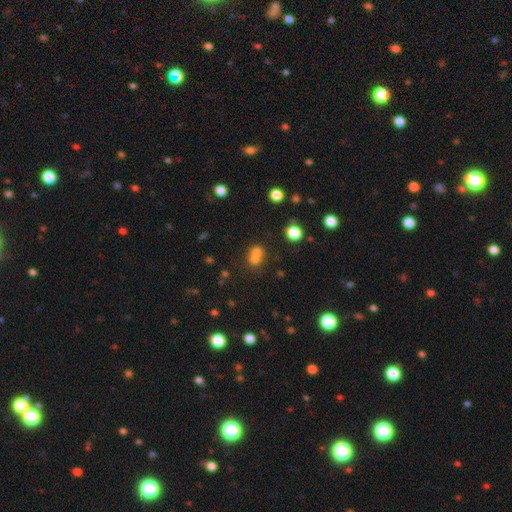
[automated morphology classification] The model was most divided on "merging": merger: 59%, none: 30%, minor disturbance: 6%, major disturbance: 4%. More confident: how rounded — round (70%); smooth or featured — smooth (67%).